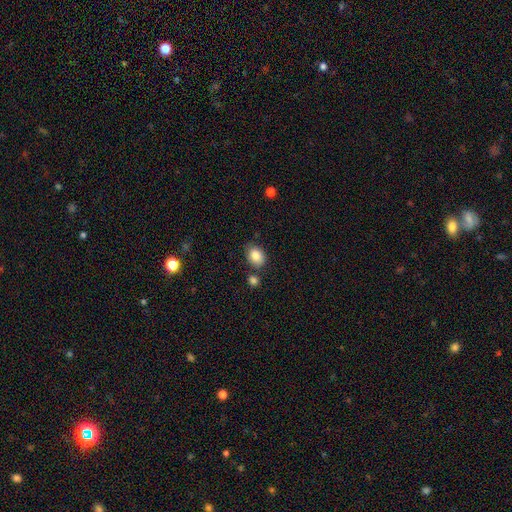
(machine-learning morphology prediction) Overall: smooth (86%). How rounded: in between (66%; round 33%). Merging: none (73%).